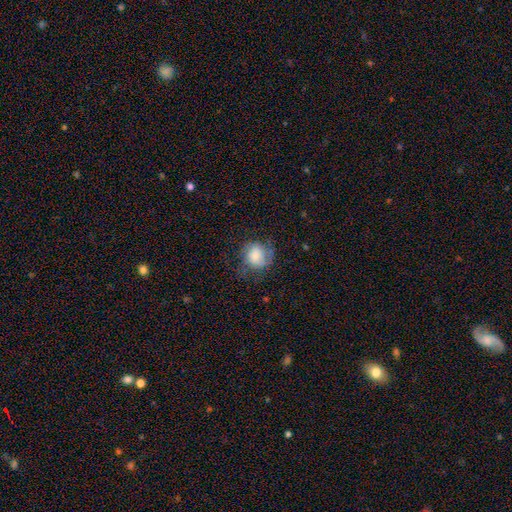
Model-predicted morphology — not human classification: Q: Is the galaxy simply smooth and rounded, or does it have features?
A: smooth — 61%.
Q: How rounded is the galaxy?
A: round — 79%.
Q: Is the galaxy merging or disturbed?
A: none — 56%.